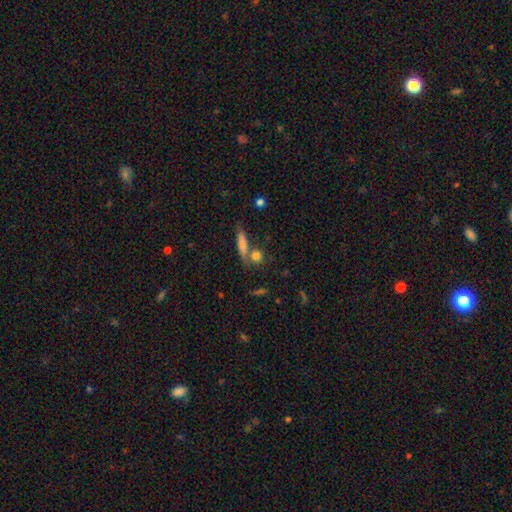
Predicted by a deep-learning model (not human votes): A smooth galaxy with no disk features (77%) that is round (60%). Merging: none (63%).